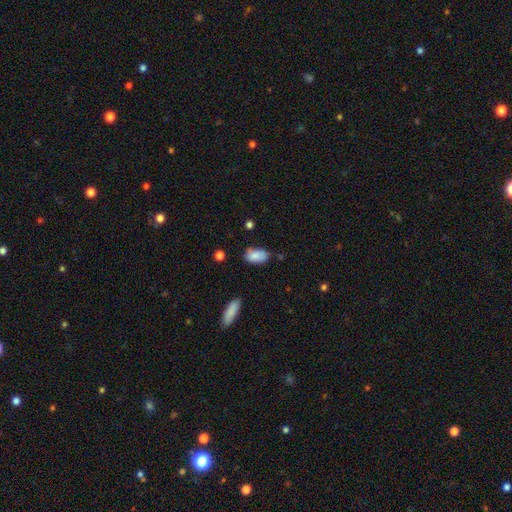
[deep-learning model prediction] A smooth galaxy with no disk features (83%) that is in between round and cigar-shaped (93%). Merging: none (63%).